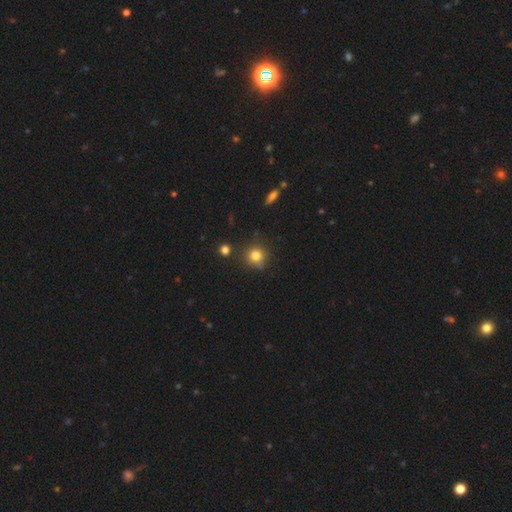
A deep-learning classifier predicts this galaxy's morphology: The model was most divided on "merging": none: 77%, minor disturbance: 14%, merger: 6%, major disturbance: 3%. More confident: how rounded — round (90%); smooth or featured — smooth (81%).